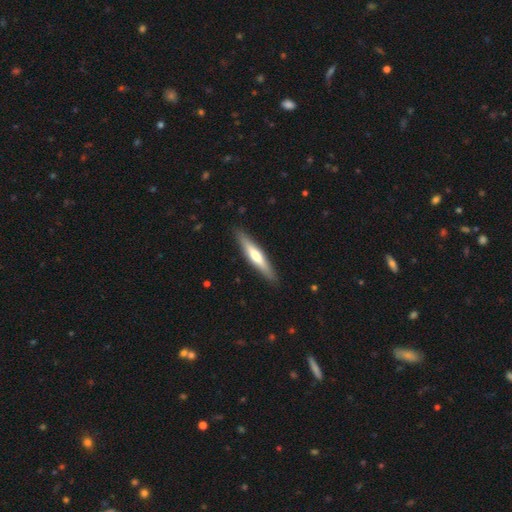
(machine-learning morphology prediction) Q: Smooth or featured?
A: featured or disk (48%); runner-up: smooth (47%)
Q: Merging?
A: none (89%); runner-up: minor disturbance (8%)